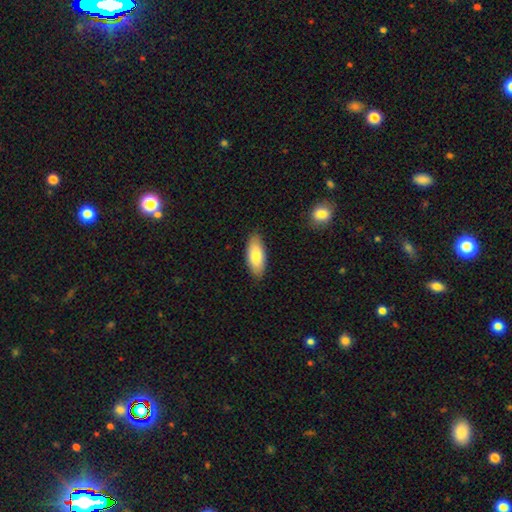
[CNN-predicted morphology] smooth 80%, featured or disk 14%, star or artifact 6%. Down the decision tree: how rounded — in between (83%); merging — none (87%).